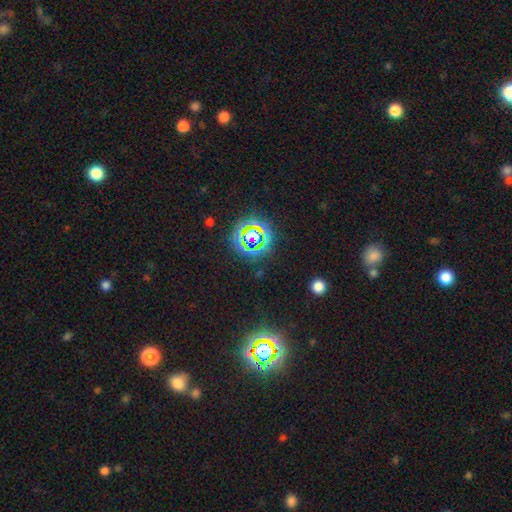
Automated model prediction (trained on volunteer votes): smooth-or-featured: star or artifact: 76% | smooth: 15% | featured or disk: 9%